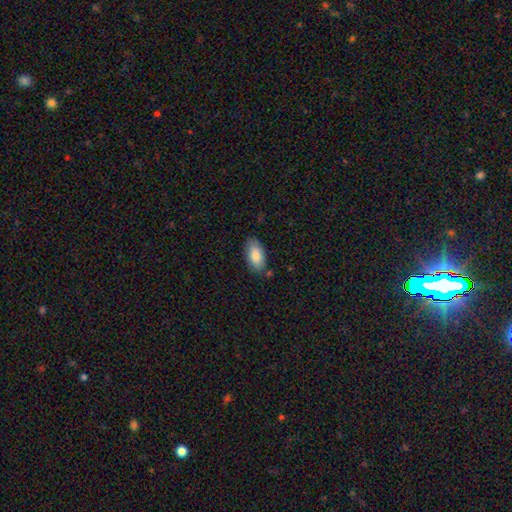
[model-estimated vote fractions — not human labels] Smooth or featured? smooth (85%)
How rounded? in between (93%)
Merging? none (78%)